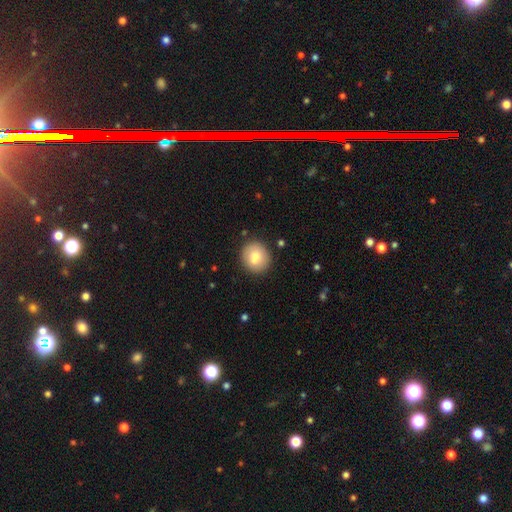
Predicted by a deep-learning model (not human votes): smooth 73%, featured or disk 19%, star or artifact 8%. Down the decision tree: how rounded — round (86%); merging — none (77%).